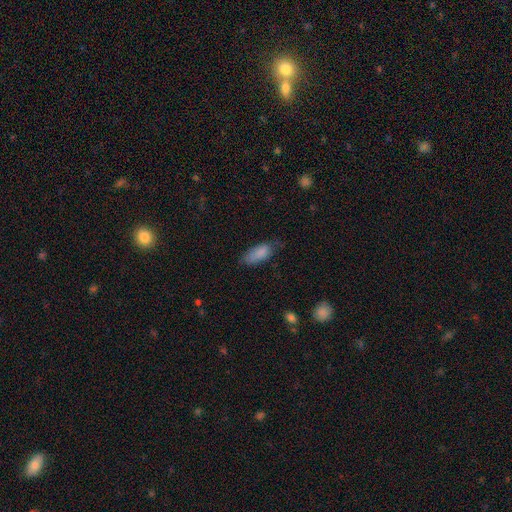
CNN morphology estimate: A smooth galaxy with no disk features (83%) that is in between round and cigar-shaped (75%).

Vote fractions:
- Smooth or featured? smooth: 83% / featured or disk: 9% / star or artifact: 9%
- How rounded? in between: 75% / cigar-shaped: 23% / round: 2%
- Merging? none: 67% / minor disturbance: 25% / major disturbance: 6% / merger: 2%